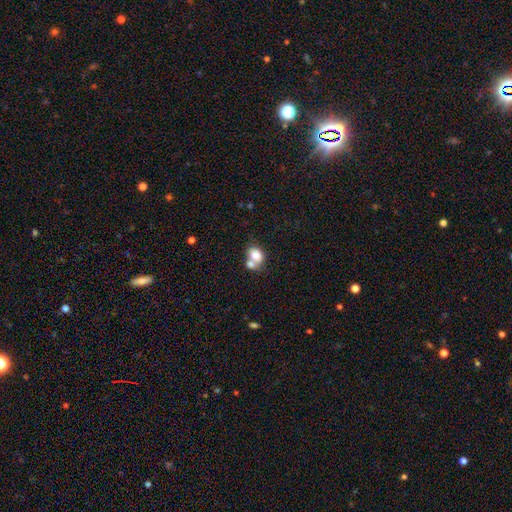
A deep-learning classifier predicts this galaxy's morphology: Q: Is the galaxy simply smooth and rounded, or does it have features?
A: smooth — 75%.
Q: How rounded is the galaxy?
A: in between — 60%.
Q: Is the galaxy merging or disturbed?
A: merger — 57%.